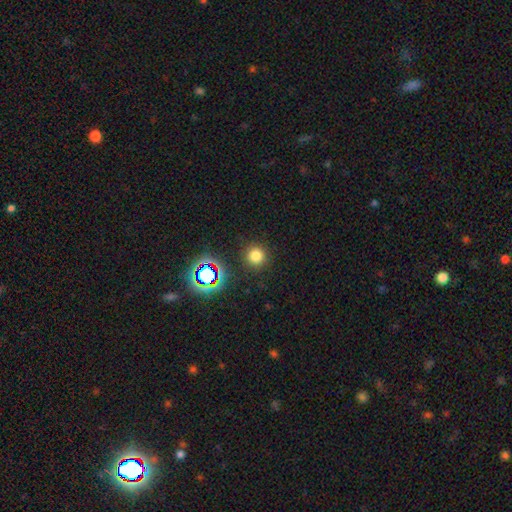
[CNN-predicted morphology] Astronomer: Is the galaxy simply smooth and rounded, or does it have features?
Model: smooth — 75%.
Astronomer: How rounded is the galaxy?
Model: round — 95%.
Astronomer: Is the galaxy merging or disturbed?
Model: none — 90%.